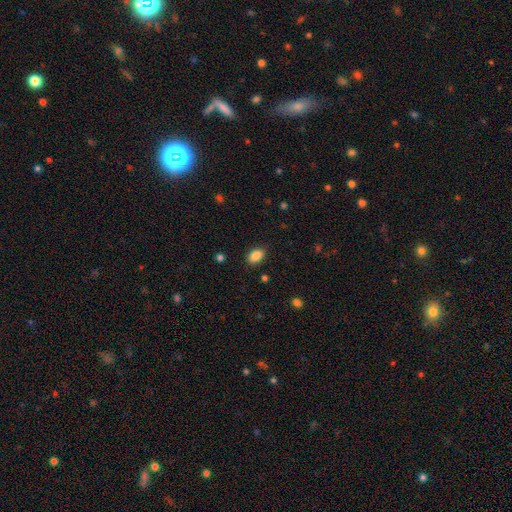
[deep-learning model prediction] Morphology: type=smooth (86%); roundness=in between (87%); merging=none (86%).